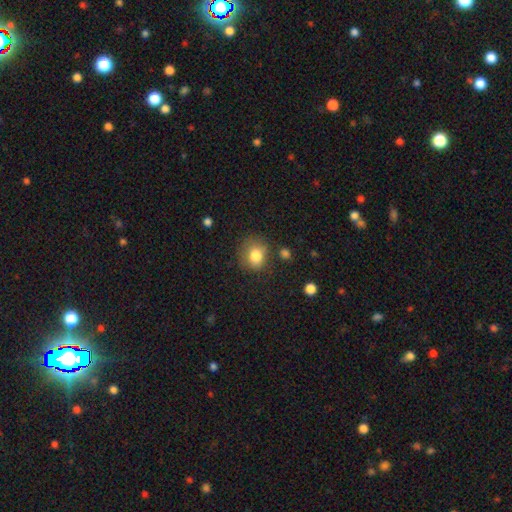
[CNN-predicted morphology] This is clearly a smooth galaxy (81%). How rounded: likely round (62%). Merging: likely none (67%).